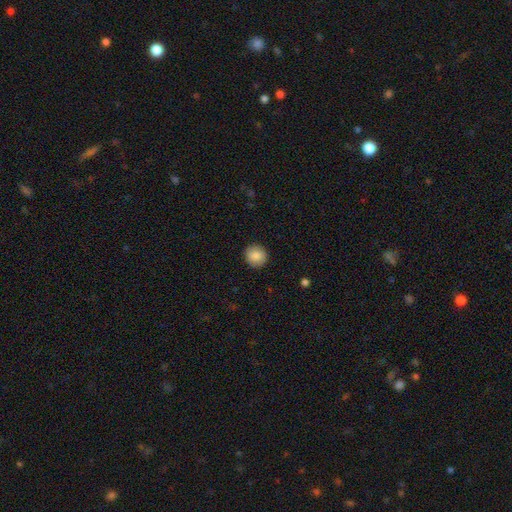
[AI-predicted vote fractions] Smooth or featured?
  - smooth: 86% *
  - star or artifact: 8%
  - featured or disk: 6%
How rounded?
  - round: 91% *
  - in between: 8%
  - cigar-shaped: 1%
Merging?
  - none: 91% *
  - minor disturbance: 6%
  - major disturbance: 2%
  - merger: 1%